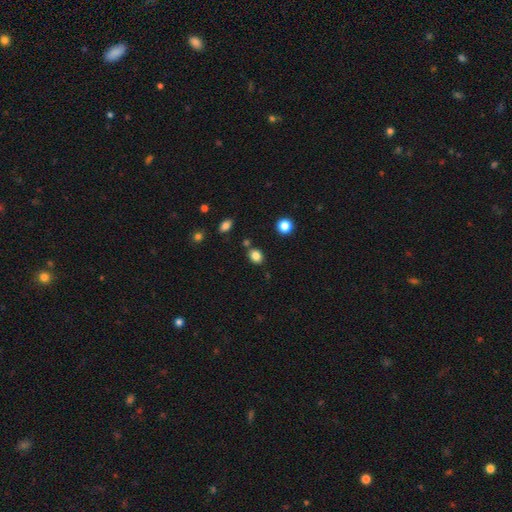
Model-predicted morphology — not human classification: Smooth or featured?
  - smooth: 83% *
  - star or artifact: 12%
  - featured or disk: 5%
How rounded?
  - round: 54% *
  - in between: 45%
  - cigar-shaped: 1%
Merging?
  - none: 80% *
  - minor disturbance: 11%
  - merger: 7%
  - major disturbance: 3%